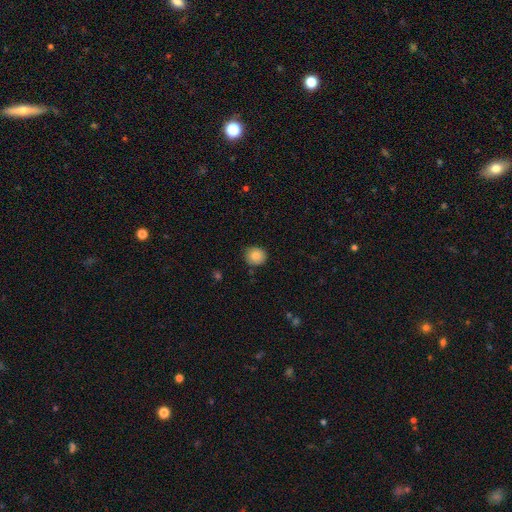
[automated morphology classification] A smooth galaxy with no disk features (86%) that is round (86%). Merging: none (85%).